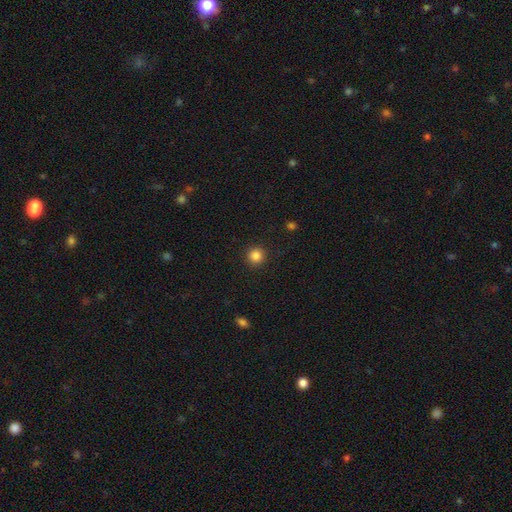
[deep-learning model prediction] Morphology: type=smooth (85%); roundness=round (94%); merging=none (92%).